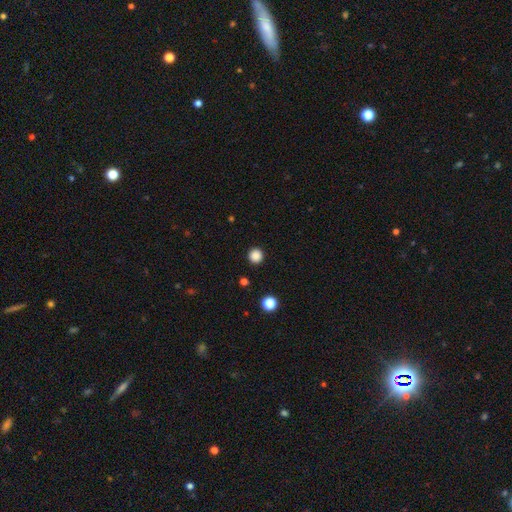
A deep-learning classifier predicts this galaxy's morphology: Overall: smooth (86%). How rounded: round (96%). Merging: none (93%).